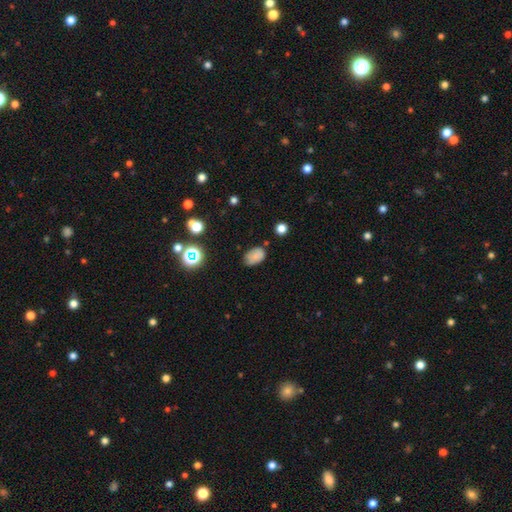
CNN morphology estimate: type=smooth (78%); roundness=in between (85%); merging=none (65%).